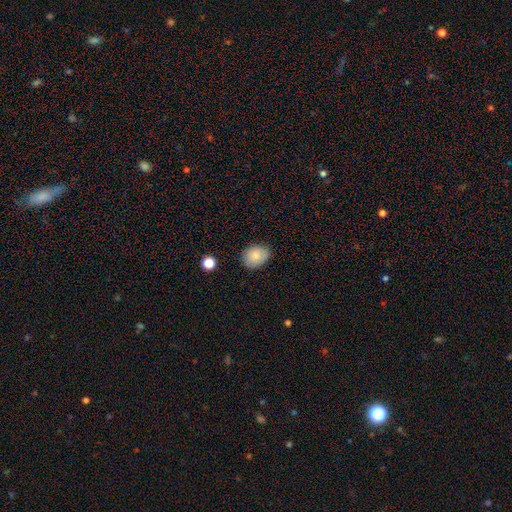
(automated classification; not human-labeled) Smooth or featured? Predicted: smooth (p=0.82). How rounded? Predicted: in between (p=0.60). Merging? Predicted: none (p=0.78).